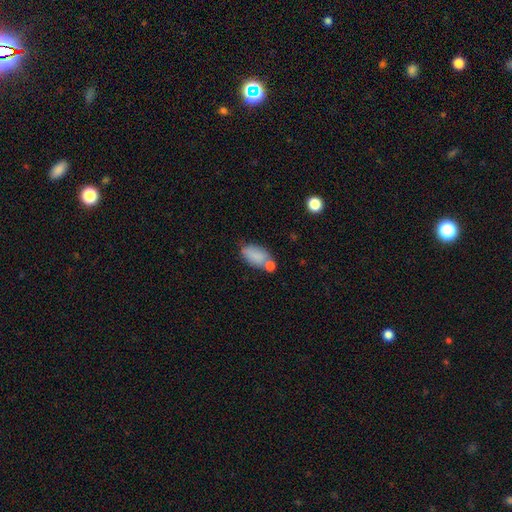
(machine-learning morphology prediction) The model was most divided on "merging": none: 48%, merger: 24%, minor disturbance: 20%, major disturbance: 7%. More confident: how rounded — in between (91%); smooth or featured — smooth (81%).